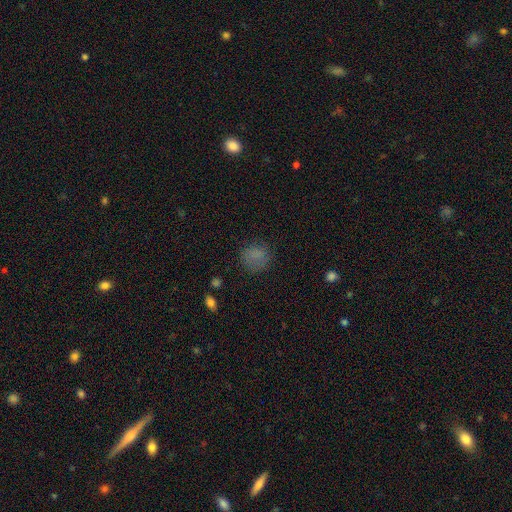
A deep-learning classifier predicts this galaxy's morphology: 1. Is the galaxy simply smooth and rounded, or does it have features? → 75% smooth, 16% star or artifact, 10% featured or disk.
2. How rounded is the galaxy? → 79% round, 20% in between, 1% cigar-shaped.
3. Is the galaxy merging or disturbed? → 70% none, 19% minor disturbance, 9% major disturbance, 2% merger.